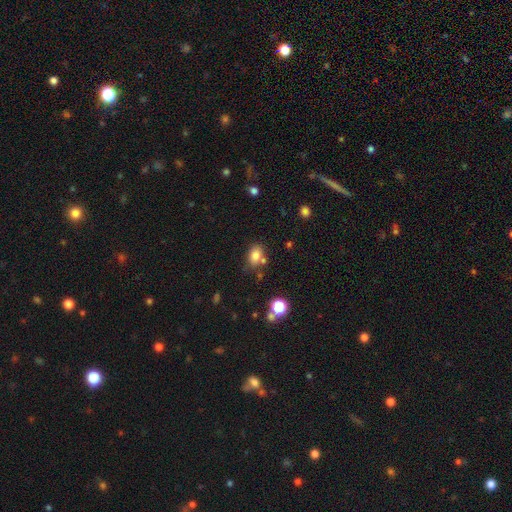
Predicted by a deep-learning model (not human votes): The model was most divided on "merging": none: 64%, minor disturbance: 16%, merger: 15%, major disturbance: 5%. More confident: smooth or featured — smooth (80%); how rounded — in between (80%).